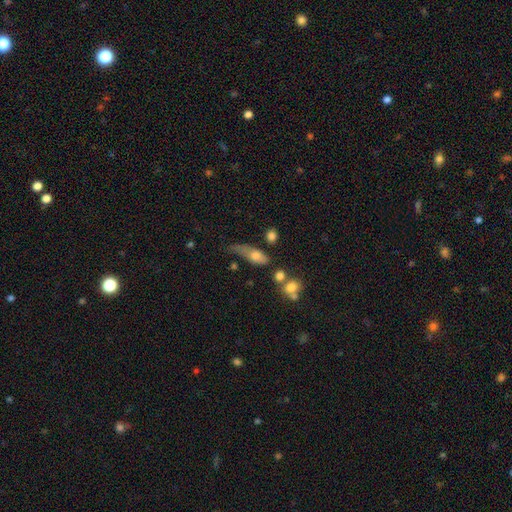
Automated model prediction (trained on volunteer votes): The model was most divided on "merging": minor disturbance: 31%, major disturbance: 29%, none: 26%, merger: 13%. More confident: smooth or featured — smooth (67%); how rounded — in between (65%).